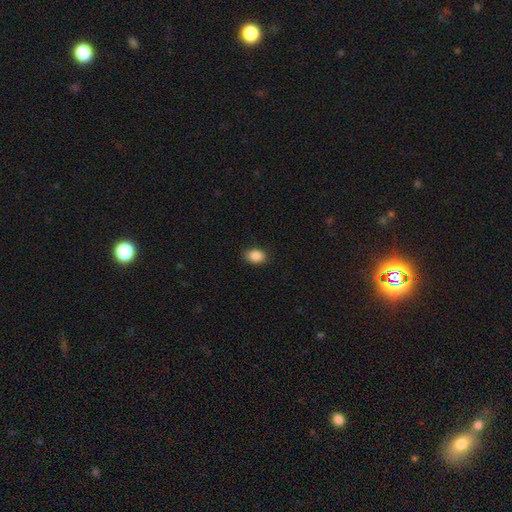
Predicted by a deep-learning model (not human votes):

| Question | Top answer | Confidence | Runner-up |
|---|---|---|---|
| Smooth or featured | smooth | 89% | star or artifact (8%) |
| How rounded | in between | 74% | round (25%) |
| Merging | none | 88% | minor disturbance (9%) |